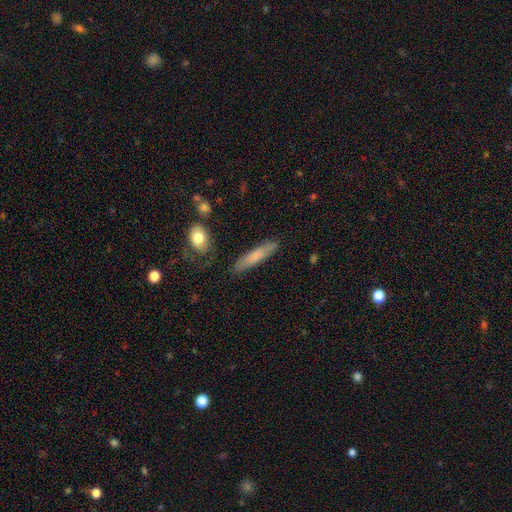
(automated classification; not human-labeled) This appears to be a smooth galaxy with no disk features (72%) that is cigar-shaped (85%). Merging: none (82%).